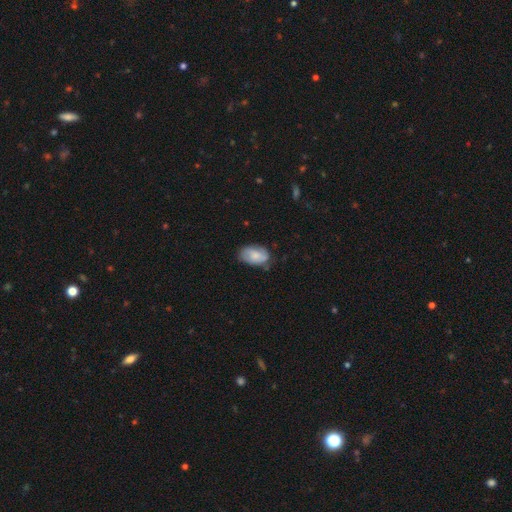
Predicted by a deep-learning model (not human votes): smooth-or-featured: smooth: 71% | featured or disk: 22% | star or artifact: 7%
  how-rounded: in between: 91% | round: 7% | cigar-shaped: 1%
  merging: none: 64% | minor disturbance: 28% | major disturbance: 6% | merger: 2%